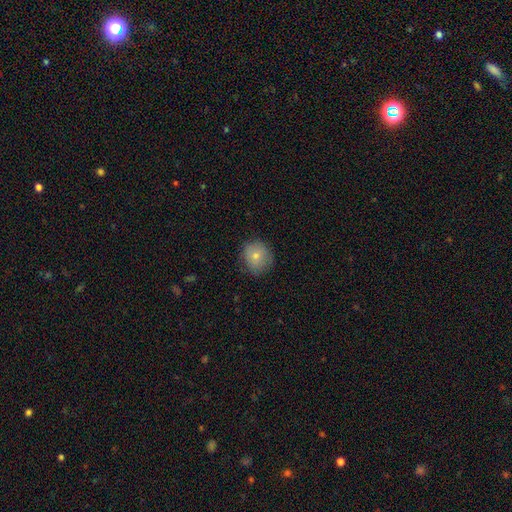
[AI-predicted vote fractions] Overall: smooth (77%). How rounded: round (82%). Merging: none (76%).